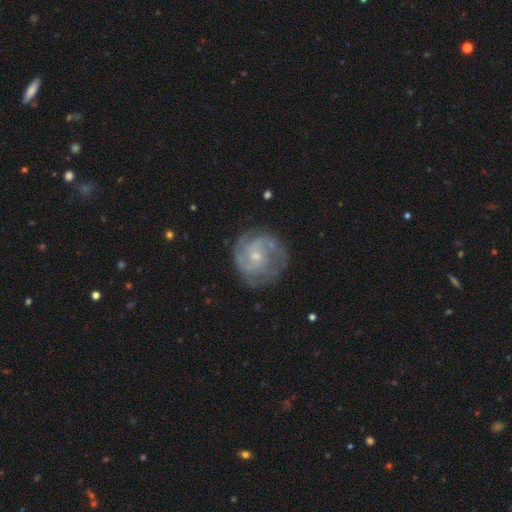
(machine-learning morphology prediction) A featured or disk galaxy (82%) with no bar (64%), 2 (30%) tight (46%) spiral arms (93%) and a small central bulge (71%).

Vote fractions:
- Smooth or featured? featured or disk: 82% / smooth: 12% / star or artifact: 6%
- Edge-on disk? no: 98% / yes: 2%
- Bar? no: 64% / weak: 31% / strong: 5%
- Spiral arms? yes: 93% / no: 7%
- Spiral winding? tight: 46% / medium: 41% / loose: 12%
- Spiral arm count? 2: 30% / 3: 28% / can't tell: 24% / 4: 8% / 1: 5% / more than 4: 5%
- Bulge size? small: 71% / moderate: 23% / none: 3% / large: 1% / dominant: 1%
- Merging? none: 72% / minor disturbance: 18% / major disturbance: 9% / merger: 2%